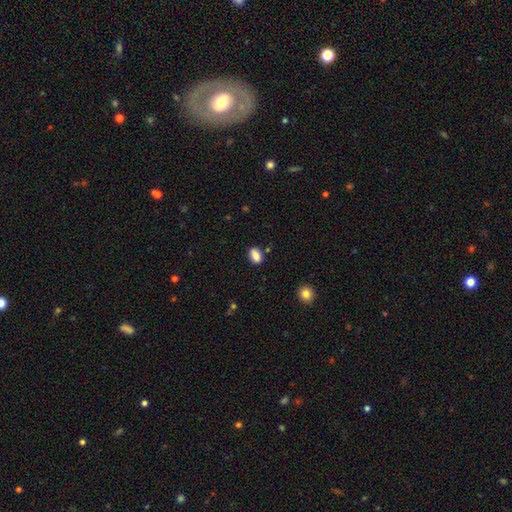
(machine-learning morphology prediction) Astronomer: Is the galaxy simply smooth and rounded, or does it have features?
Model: smooth — 85%.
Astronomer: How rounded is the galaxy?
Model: in between — 84%.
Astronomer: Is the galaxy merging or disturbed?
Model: none — 79%.